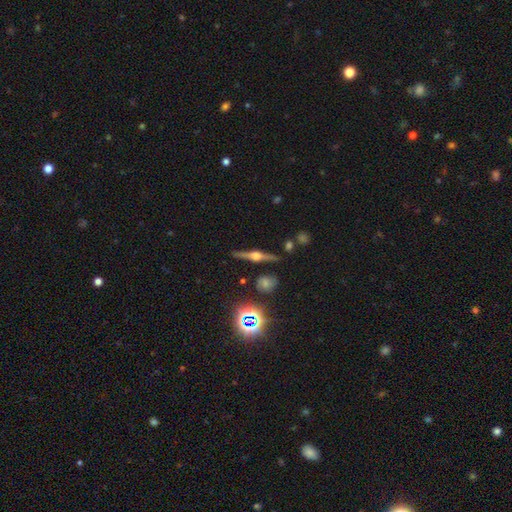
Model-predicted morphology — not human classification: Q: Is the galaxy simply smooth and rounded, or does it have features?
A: featured or disk — 80%.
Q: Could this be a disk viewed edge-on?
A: yes — 97%.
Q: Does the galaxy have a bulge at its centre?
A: rounded — 92%.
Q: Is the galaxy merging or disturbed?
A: none — 87%.